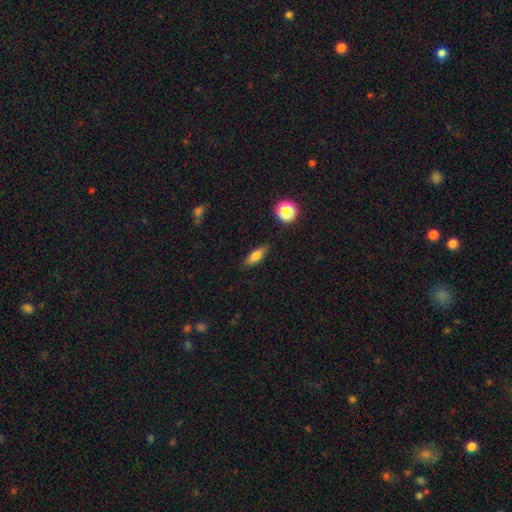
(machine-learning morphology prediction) Smooth or featured? Predicted: smooth (p=0.74). How rounded? Predicted: in between (p=0.60). Merging? Predicted: none (p=0.84).